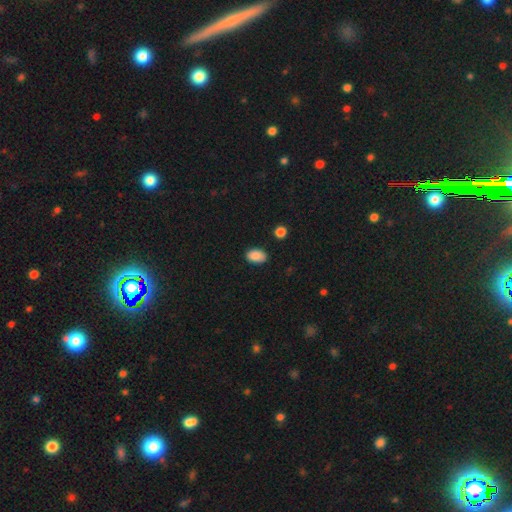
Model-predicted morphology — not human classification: Smooth or featured? smooth (88%)
How rounded? in between (89%)
Merging? none (86%)